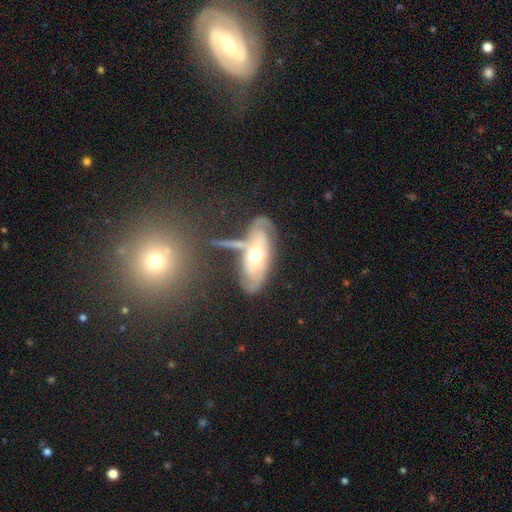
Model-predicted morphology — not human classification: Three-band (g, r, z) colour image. It shows a featured or disk galaxy (67%) with no bar (75%), spiral arms (74%) and a moderate central bulge (73%). Merging: none (52%).